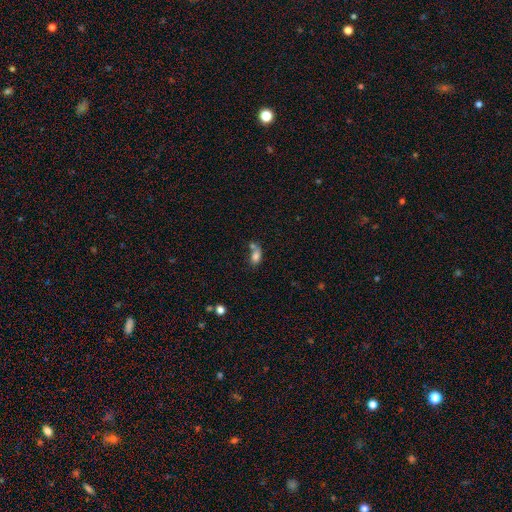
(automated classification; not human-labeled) Smooth or featured: smooth — 78% (featured or disk — 11%)
How rounded: in between — 82% (round — 15%)
Merging: merger — 42% (none — 35%)